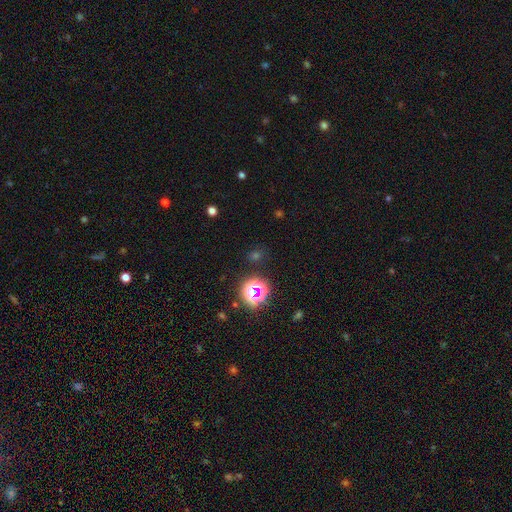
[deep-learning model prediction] The model was most divided on "smooth or featured": star or artifact: 59%, smooth: 34%, featured or disk: 7%.